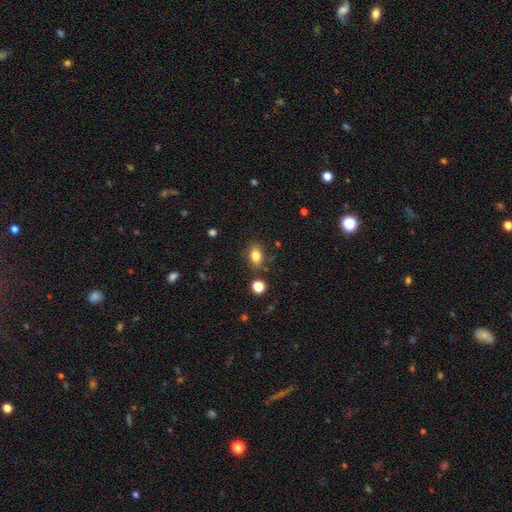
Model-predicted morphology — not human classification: Q: Smooth or featured?
A: smooth (82%); runner-up: star or artifact (10%)
Q: How rounded?
A: in between (82%); runner-up: round (15%)
Q: Merging?
A: none (80%); runner-up: minor disturbance (12%)